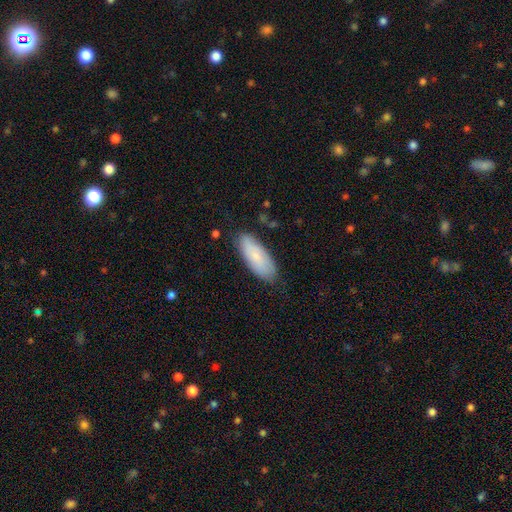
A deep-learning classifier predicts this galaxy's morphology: A smooth galaxy with no disk features (77%) that is in between round and cigar-shaped (79%).

Vote fractions:
- Smooth or featured? smooth: 77% / featured or disk: 17% / star or artifact: 6%
- How rounded? in between: 79% / cigar-shaped: 19% / round: 2%
- Merging? none: 79% / minor disturbance: 16% / major disturbance: 3% / merger: 1%